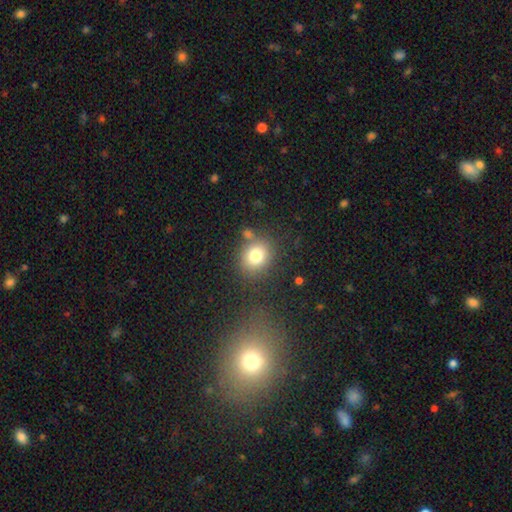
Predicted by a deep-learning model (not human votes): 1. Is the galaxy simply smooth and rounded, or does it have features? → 78% smooth, 12% star or artifact, 10% featured or disk.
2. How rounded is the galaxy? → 71% round, 28% in between, 1% cigar-shaped.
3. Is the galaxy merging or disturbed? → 74% none, 12% minor disturbance, 9% merger, 5% major disturbance.